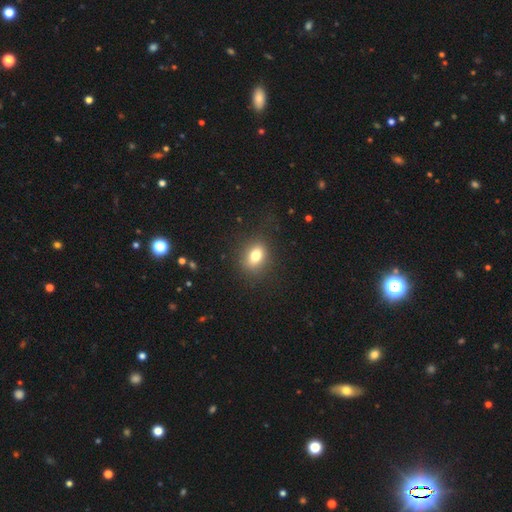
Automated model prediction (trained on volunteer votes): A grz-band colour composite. It shows a smooth galaxy with no disk features (77%) that is in between round and cigar-shaped (62%). Merging: none (82%).